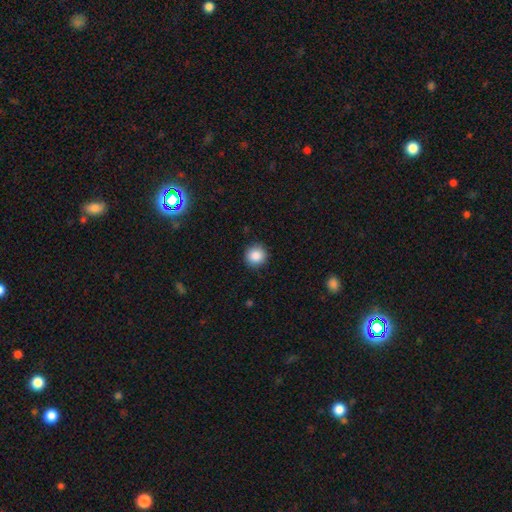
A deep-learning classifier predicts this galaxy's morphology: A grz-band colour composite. It shows a smooth galaxy with no disk features (87%) that is round (93%). Merging: none (91%).